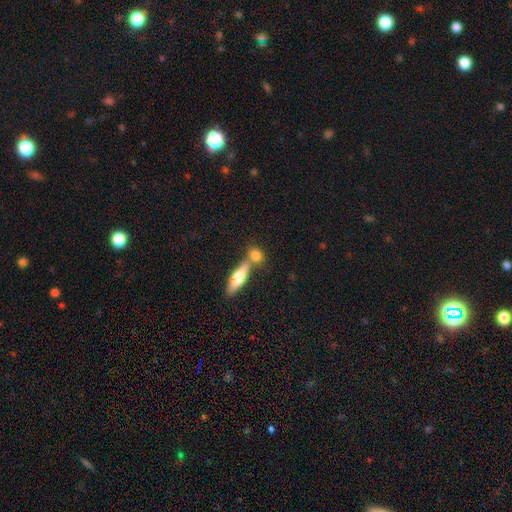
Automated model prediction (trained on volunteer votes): Smooth or featured? Predicted: smooth (p=0.74). How rounded? Predicted: in between (p=0.48). Merging? Predicted: none (p=0.50).